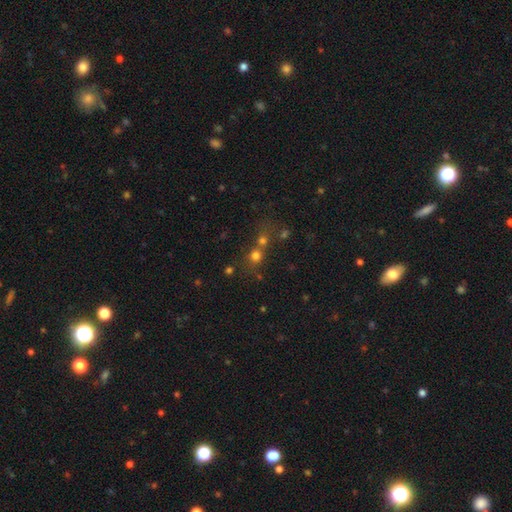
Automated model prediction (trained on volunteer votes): This appears to be a smooth galaxy with no disk features (67%) that is round (86%). Merging: none (45%).